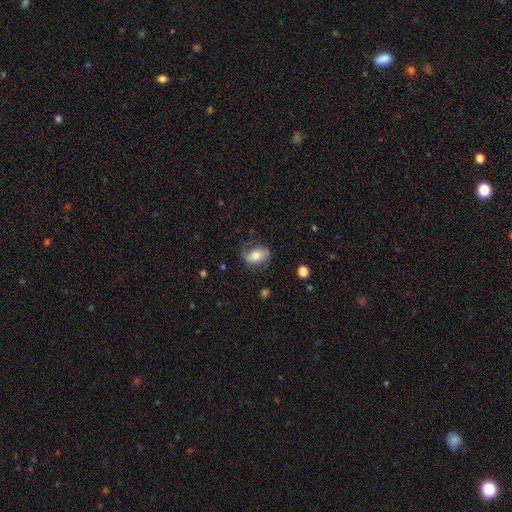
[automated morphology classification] A smooth galaxy with no disk features (65%) that is in between round and cigar-shaped (83%). Merging: none (65%).